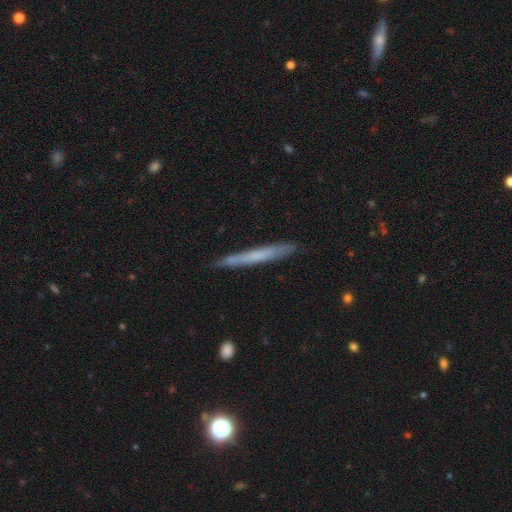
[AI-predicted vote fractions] smooth 52%, featured or disk 42%, star or artifact 6%. Down the decision tree: how rounded — cigar-shaped (97%); merging — none (86%).